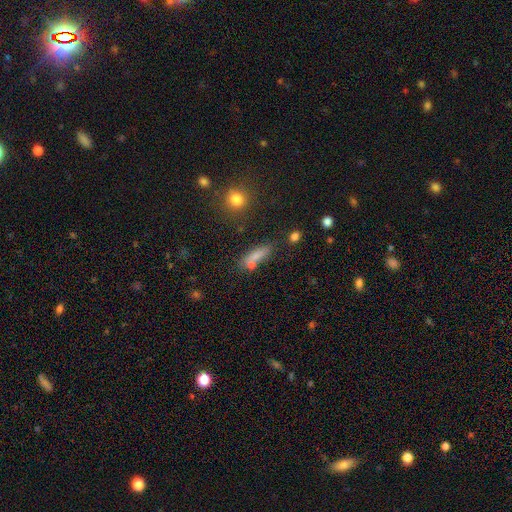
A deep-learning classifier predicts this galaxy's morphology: A smooth galaxy with no disk features (73%) that is cigar-shaped (57%).

Vote fractions:
- Smooth or featured? smooth: 73% / featured or disk: 14% / star or artifact: 12%
- How rounded? cigar-shaped: 57% / in between: 37% / round: 6%
- Merging? none: 63% / merger: 16% / minor disturbance: 15% / major disturbance: 6%